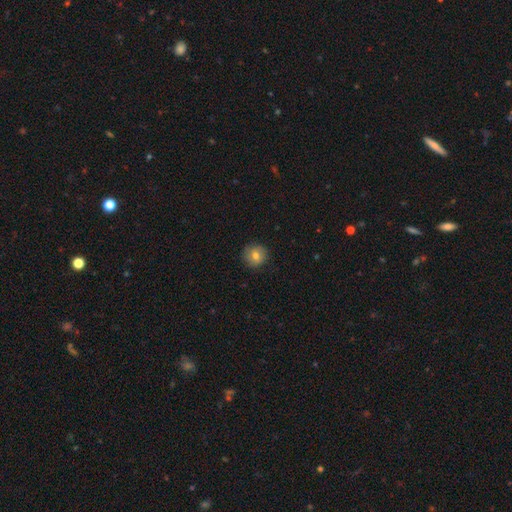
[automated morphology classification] The model was most divided on "smooth or featured": smooth: 74%, featured or disk: 15%, star or artifact: 10%. More confident: how rounded — round (92%); merging — none (88%).